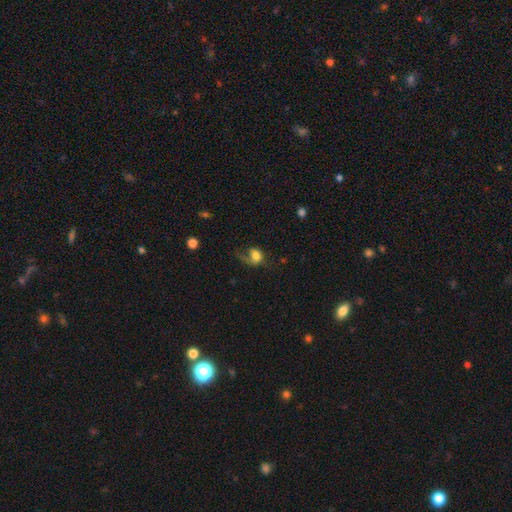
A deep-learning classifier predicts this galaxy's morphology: Overall: smooth (64%; featured or disk 25%). How rounded: in between (61%; round 38%). Merging: major disturbance (48%; none 27%).